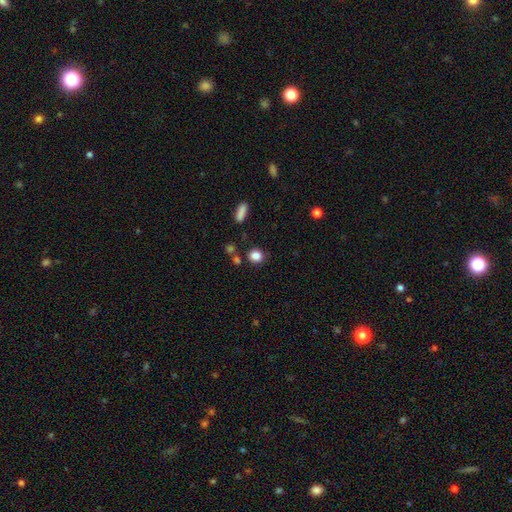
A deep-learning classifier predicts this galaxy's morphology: Overall: smooth (84%). How rounded: round (77%). Merging: none (79%).